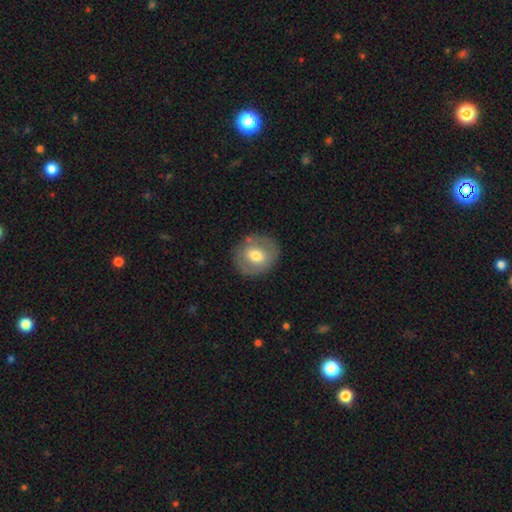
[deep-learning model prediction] Smooth or featured? Predicted: smooth (p=0.57). How rounded? Predicted: round (p=0.71). Merging? Predicted: none (p=0.82).